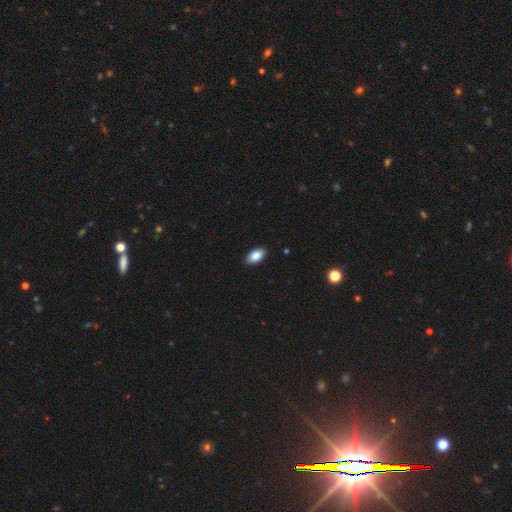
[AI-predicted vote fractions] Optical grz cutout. It shows a smooth galaxy with no disk features (85%) that is in between round and cigar-shaped (94%). Merging: none (89%).